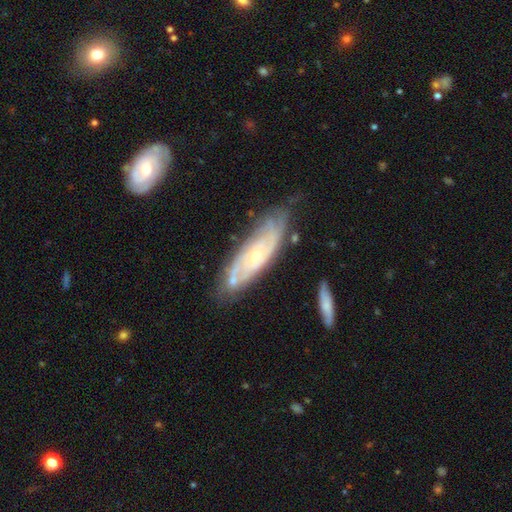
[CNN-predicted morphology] The model was most divided on "spiral arm count": can't tell: 51%, 2: 23%, 3: 11%, 4: 7%, more than 4: 4%, 1: 3%. More confident: spiral arms — yes (89%); edge-on disk — no (82%); smooth or featured — featured or disk (78%); bar — no (74%); bulge size — small (71%); merging — none (67%); spiral winding — tight (63%).